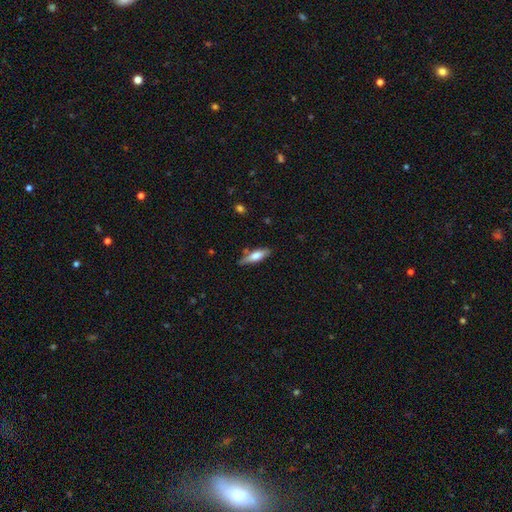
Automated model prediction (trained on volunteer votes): This appears to be a smooth galaxy with no disk features (67%) that is cigar-shaped (58%). Merging: none (76%).